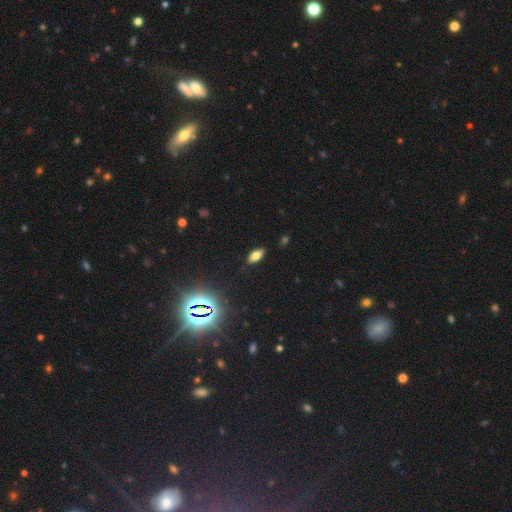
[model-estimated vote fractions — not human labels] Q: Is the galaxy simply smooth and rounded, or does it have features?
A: smooth — 70%.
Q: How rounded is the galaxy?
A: in between — 86%.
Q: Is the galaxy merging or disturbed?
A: none — 87%.